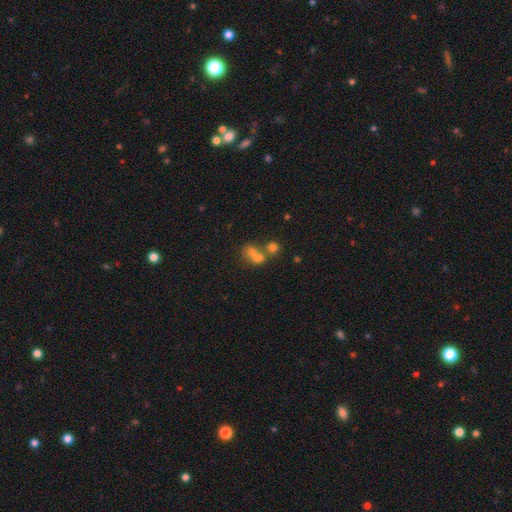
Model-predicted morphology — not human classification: This is likely a smooth galaxy (63%). How rounded: possibly round (51%). Merging: possibly merger (59%).